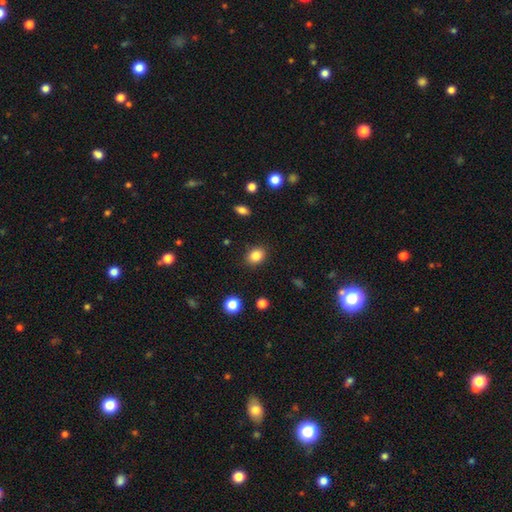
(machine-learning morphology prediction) Smooth or featured: smooth — 85% (star or artifact — 10%)
How rounded: in between — 58% (round — 41%)
Merging: none — 88% (minor disturbance — 8%)